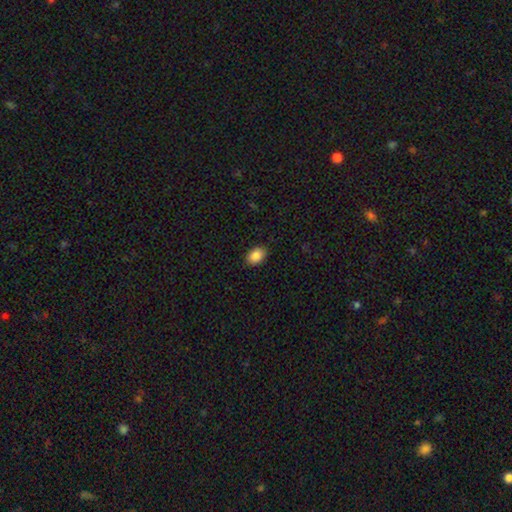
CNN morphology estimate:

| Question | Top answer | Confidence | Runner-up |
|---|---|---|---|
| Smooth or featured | smooth | 87% | star or artifact (8%) |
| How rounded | in between | 82% | round (17%) |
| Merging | none | 89% | minor disturbance (8%) |